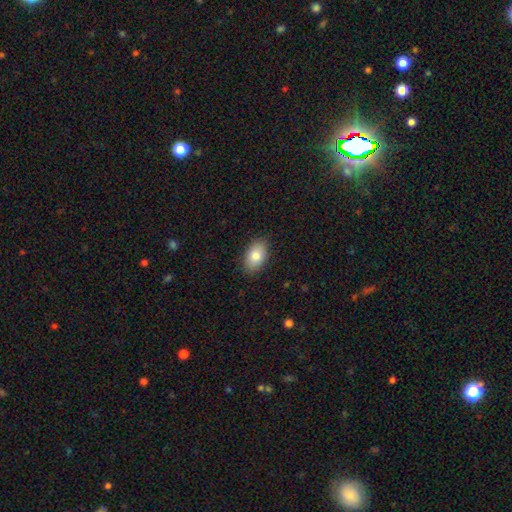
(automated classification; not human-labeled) smooth_or_featured: smooth (p=0.83) [alt: featured or disk p=0.10]
how_rounded: in between (p=0.91) [alt: round p=0.07]
merging: none (p=0.87) [alt: minor disturbance p=0.10]